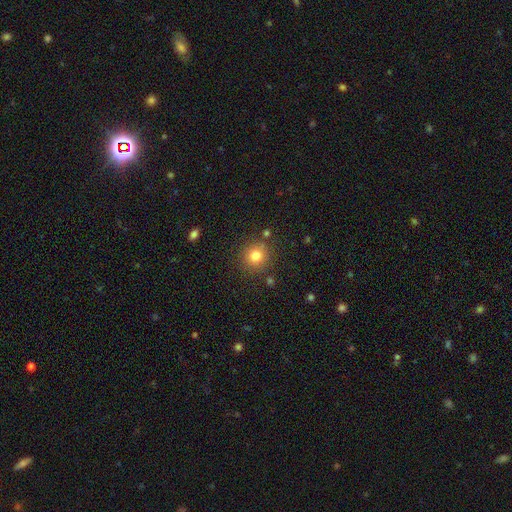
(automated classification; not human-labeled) smooth-or-featured: smooth: 80% | star or artifact: 13% | featured or disk: 7%
  how-rounded: round: 91% | in between: 8% | cigar-shaped: 1%
  merging: none: 83% | minor disturbance: 9% | merger: 5% | major disturbance: 3%